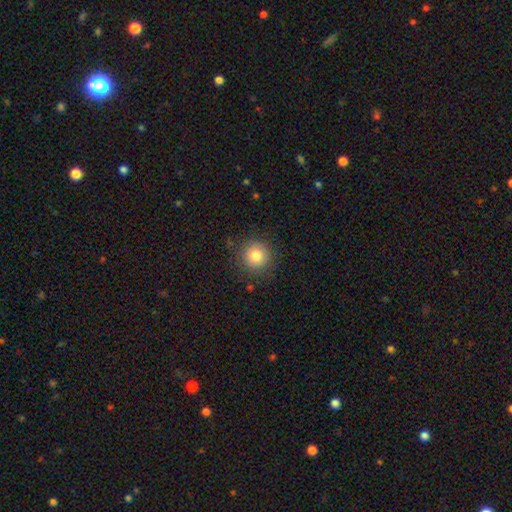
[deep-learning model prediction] This is clearly a smooth galaxy (83%). How rounded: clearly round (93%). Merging: clearly none (87%).